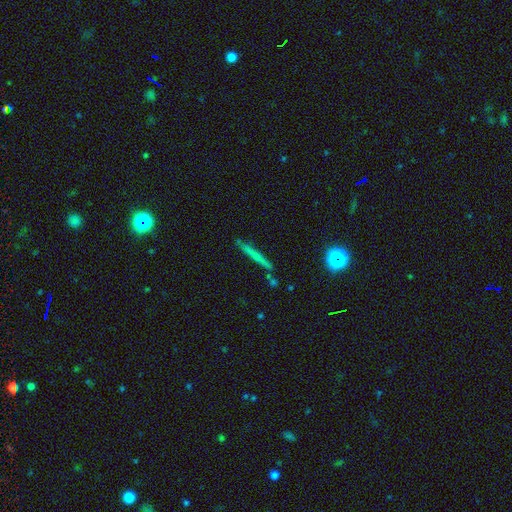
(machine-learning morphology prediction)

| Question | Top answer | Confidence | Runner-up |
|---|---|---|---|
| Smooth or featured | smooth | 51% | featured or disk (37%) |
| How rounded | cigar-shaped | 93% | in between (4%) |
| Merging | none | 83% | minor disturbance (10%) |